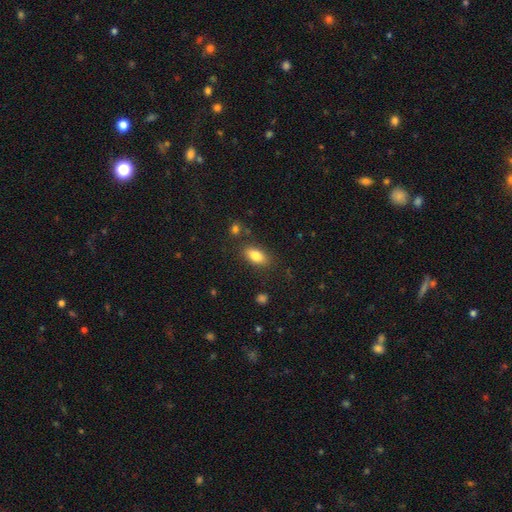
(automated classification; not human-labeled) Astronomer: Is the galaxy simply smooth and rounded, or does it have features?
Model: smooth — 82%.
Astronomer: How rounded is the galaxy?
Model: in between — 87%.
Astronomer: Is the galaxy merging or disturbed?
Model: none — 82%.